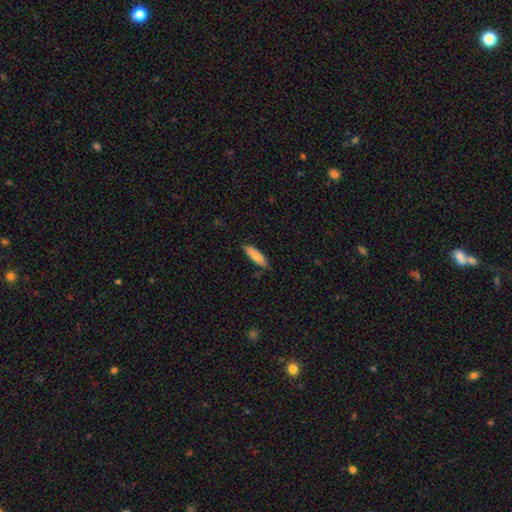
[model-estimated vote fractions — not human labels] The model was most divided on "how rounded": cigar-shaped: 59%, in between: 39%, round: 1%. More confident: smooth or featured — smooth (82%); merging — none (80%).